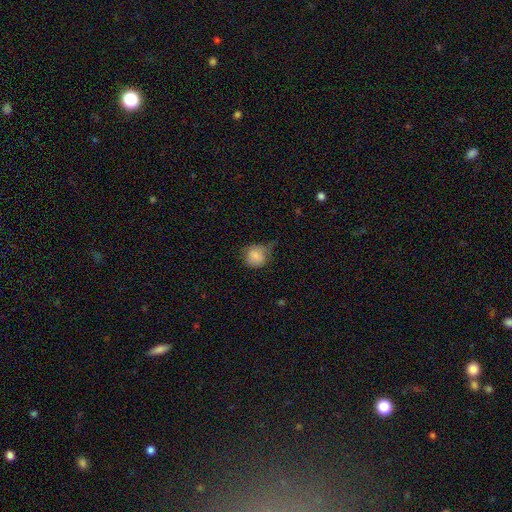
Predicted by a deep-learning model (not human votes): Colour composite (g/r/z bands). It shows a smooth galaxy with no disk features (81%) that is round (78%). Merging: minor disturbance (40%).